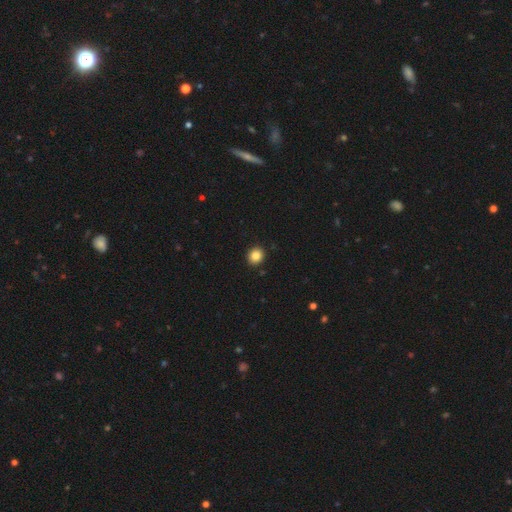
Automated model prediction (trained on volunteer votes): Smooth or featured? smooth (85%)
How rounded? round (83%)
Merging? none (92%)